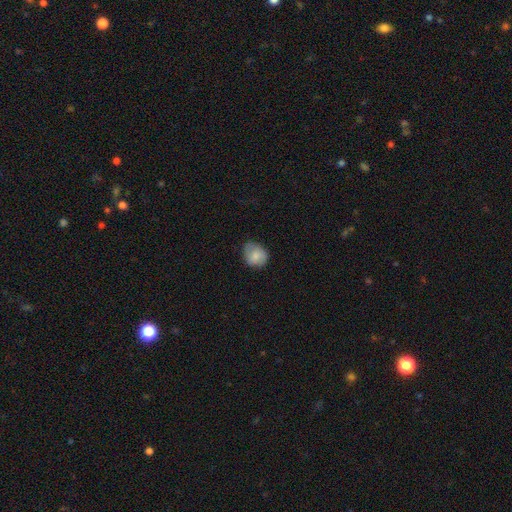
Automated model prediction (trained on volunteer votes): Smooth or featured: smooth — 75% (featured or disk — 17%)
How rounded: round — 62% (in between — 37%)
Merging: none — 66% (minor disturbance — 27%)